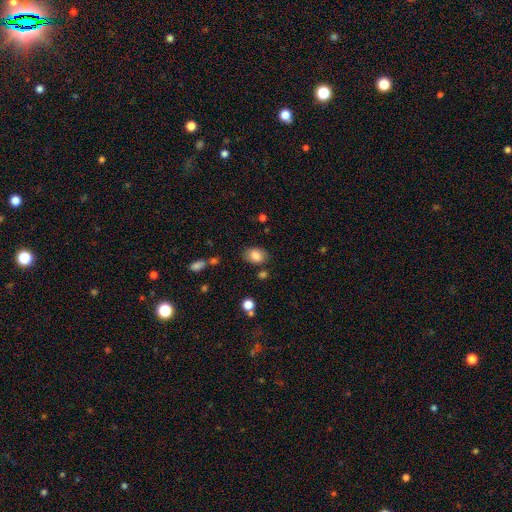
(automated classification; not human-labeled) Morphology: type=smooth (82%); roundness=in between (78%); merging=none (78%).